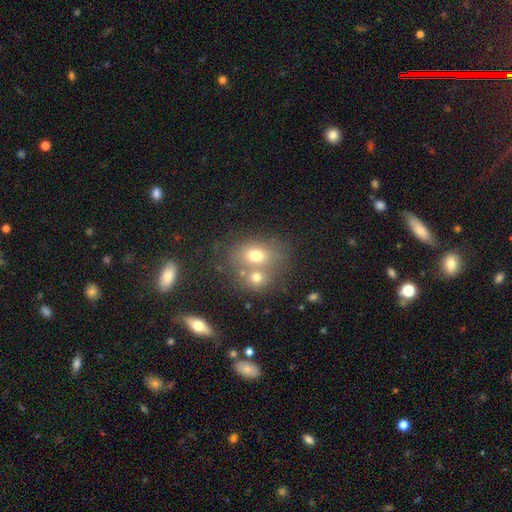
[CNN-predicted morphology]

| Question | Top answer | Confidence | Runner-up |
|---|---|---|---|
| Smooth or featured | smooth | 67% | featured or disk (20%) |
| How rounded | in between | 60% | round (39%) |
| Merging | merger | 48% | none (36%) |